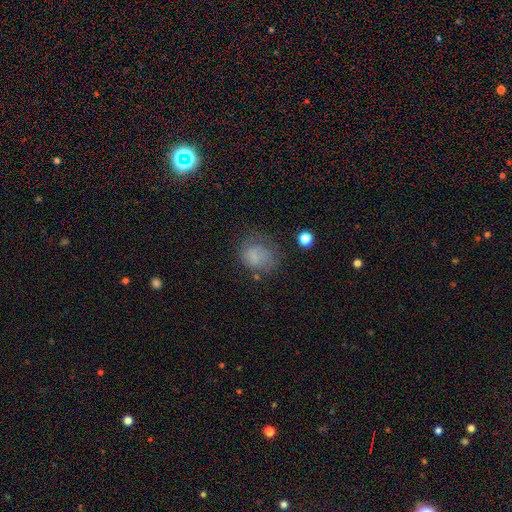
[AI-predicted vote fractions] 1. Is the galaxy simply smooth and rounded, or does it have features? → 69% smooth, 17% featured or disk, 14% star or artifact.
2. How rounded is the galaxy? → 63% round, 36% in between, 1% cigar-shaped.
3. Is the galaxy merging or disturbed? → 53% none, 25% minor disturbance, 18% major disturbance, 3% merger.